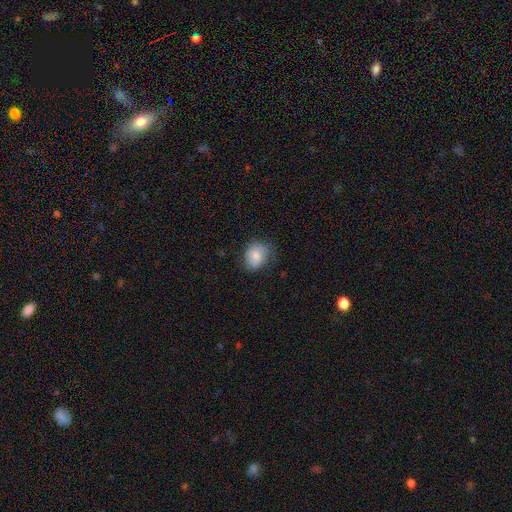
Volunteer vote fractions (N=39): Smooth or featured: smooth — 77% (featured or disk — 21%)
How rounded: round — 53% (in between — 47%)
Merging: none — 53% (minor disturbance — 34%)